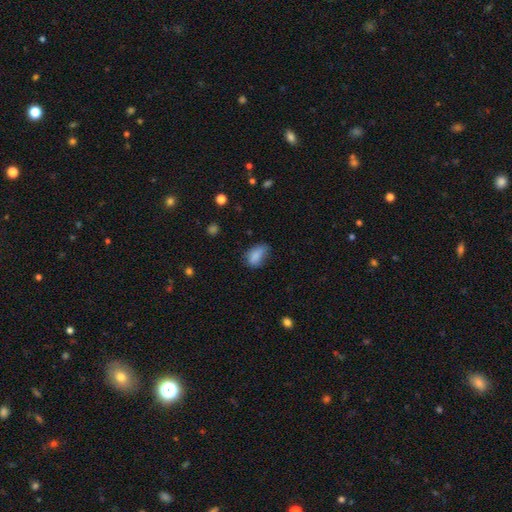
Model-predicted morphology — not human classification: Smooth or featured?
  - smooth: 83% *
  - star or artifact: 9%
  - featured or disk: 7%
How rounded?
  - in between: 87% *
  - round: 8%
  - cigar-shaped: 4%
Merging?
  - none: 50% *
  - minor disturbance: 36%
  - major disturbance: 12%
  - merger: 2%